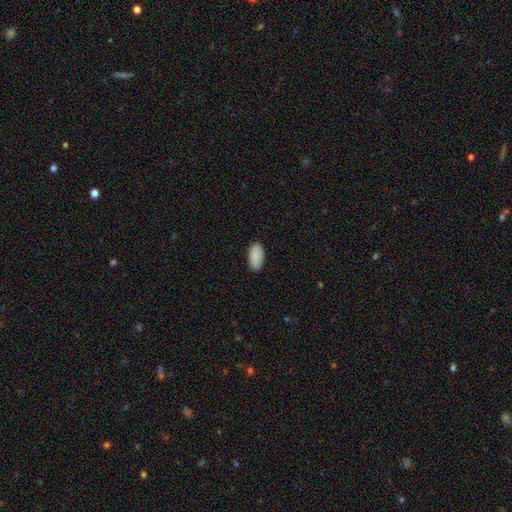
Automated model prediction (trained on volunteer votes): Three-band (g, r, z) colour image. It shows a smooth galaxy with no disk features (90%) that is in between round and cigar-shaped (95%). Merging: none (87%).